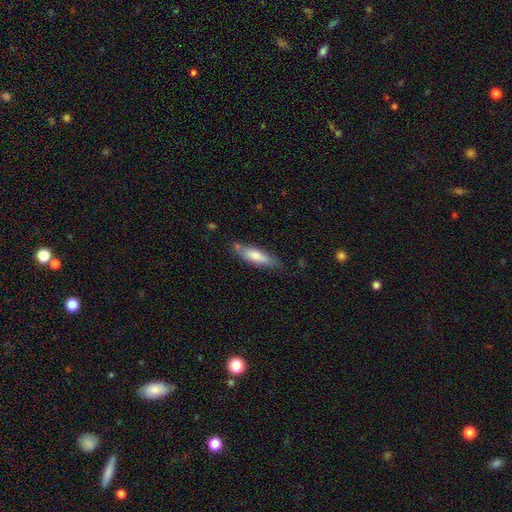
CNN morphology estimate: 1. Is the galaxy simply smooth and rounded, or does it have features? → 71% smooth, 23% featured or disk, 6% star or artifact.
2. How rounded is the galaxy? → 54% cigar-shaped, 44% in between, 2% round.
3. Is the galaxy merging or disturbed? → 68% none, 23% minor disturbance, 5% merger, 5% major disturbance.